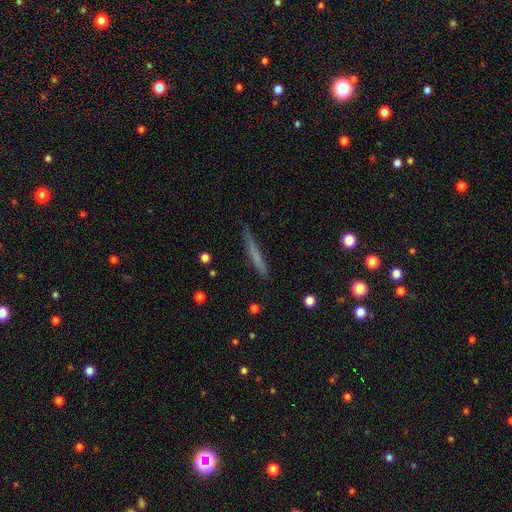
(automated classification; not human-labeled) Smooth or featured? smooth (63%)
How rounded? cigar-shaped (96%)
Merging? none (82%)